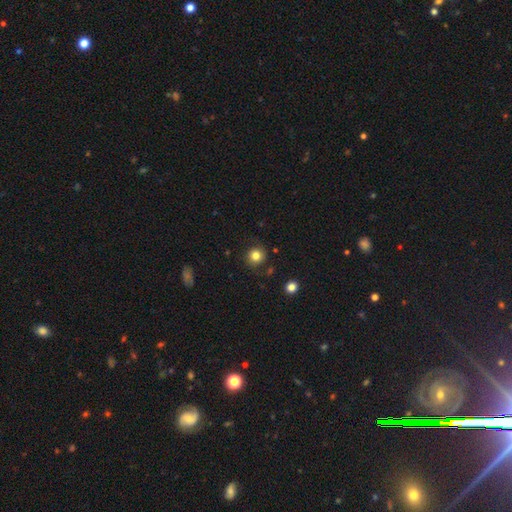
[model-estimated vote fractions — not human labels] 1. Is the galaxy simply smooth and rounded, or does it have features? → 82% smooth, 12% star or artifact, 6% featured or disk.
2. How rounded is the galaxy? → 92% round, 7% in between, 1% cigar-shaped.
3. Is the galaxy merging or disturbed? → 86% none, 9% minor disturbance, 3% major disturbance, 2% merger.